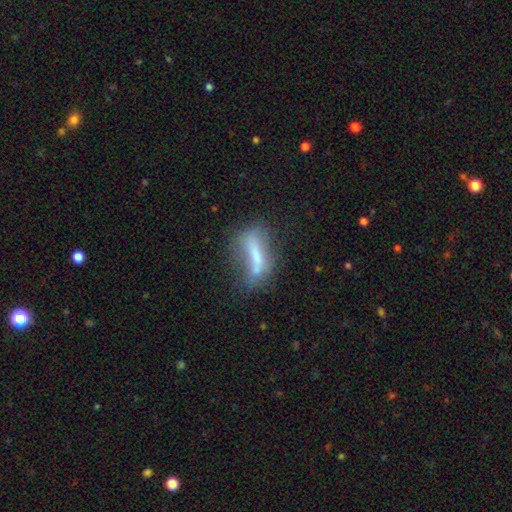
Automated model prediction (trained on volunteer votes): smooth 49%, featured or disk 41%, star or artifact 10%. Down the decision tree: merging — none (41%).